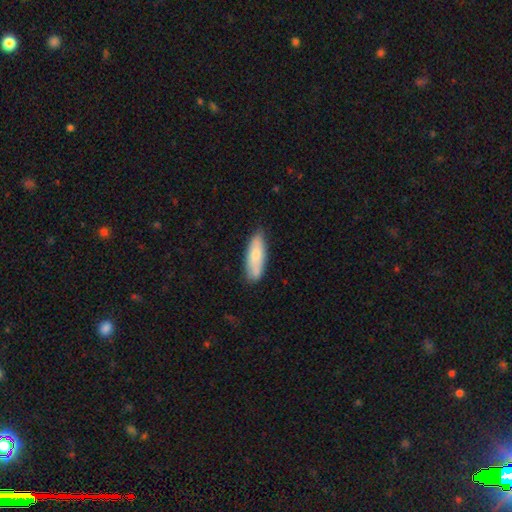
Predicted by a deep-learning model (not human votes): Smooth or featured? Predicted: smooth (p=0.74). How rounded? Predicted: in between (p=0.59). Merging? Predicted: none (p=0.76).